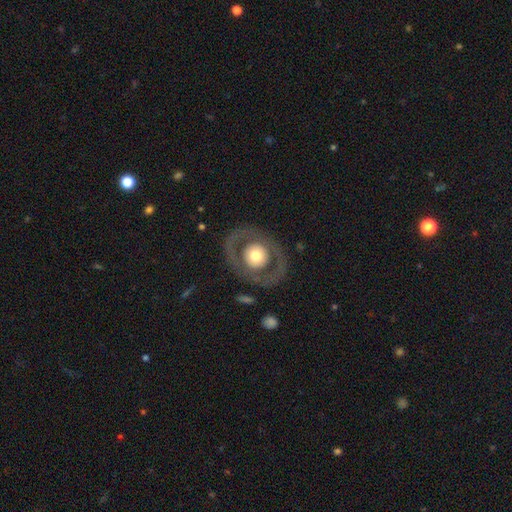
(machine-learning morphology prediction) This appears to be a featured or disk galaxy (52%). Merging: none (81%).